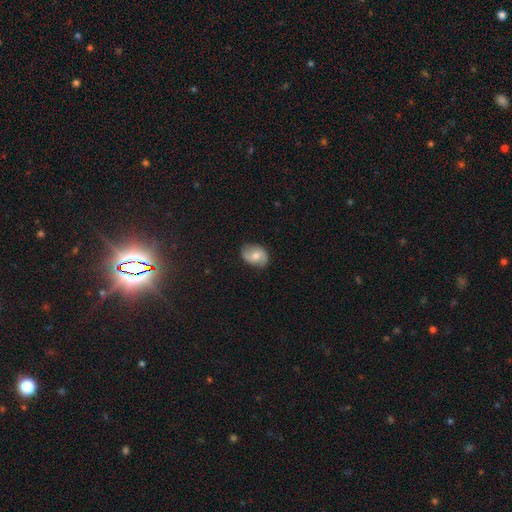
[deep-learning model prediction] Smooth or featured? Predicted: featured or disk (p=0.57). Edge-on disk? Predicted: no (p=0.97). Bar? Predicted: no (p=0.57). Spiral arms? Predicted: yes (p=0.86). Bulge size? Predicted: moderate (p=0.65). Merging? Predicted: none (p=0.78).